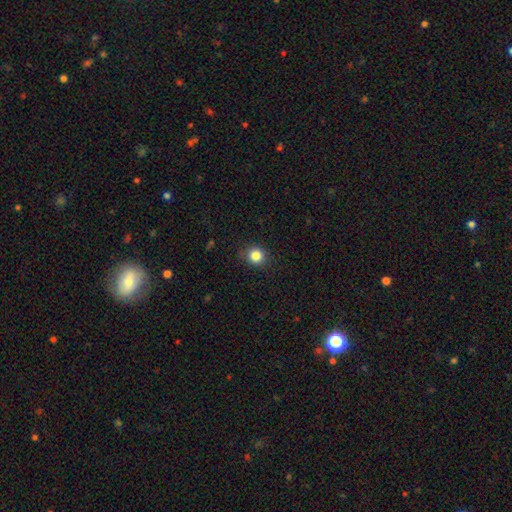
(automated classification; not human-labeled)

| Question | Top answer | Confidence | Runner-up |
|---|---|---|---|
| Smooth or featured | smooth | 84% | star or artifact (11%) |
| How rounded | round | 89% | in between (10%) |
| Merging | none | 86% | minor disturbance (10%) |